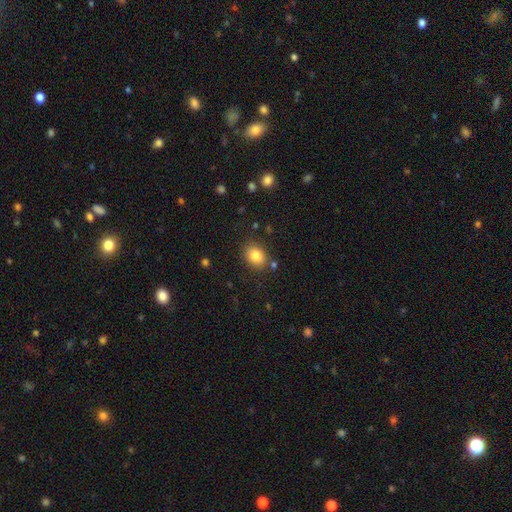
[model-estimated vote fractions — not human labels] smooth_or_featured: smooth (p=0.83) [alt: star or artifact p=0.10]
how_rounded: in between (p=0.55) [alt: round p=0.44]
merging: none (p=0.82) [alt: minor disturbance p=0.11]